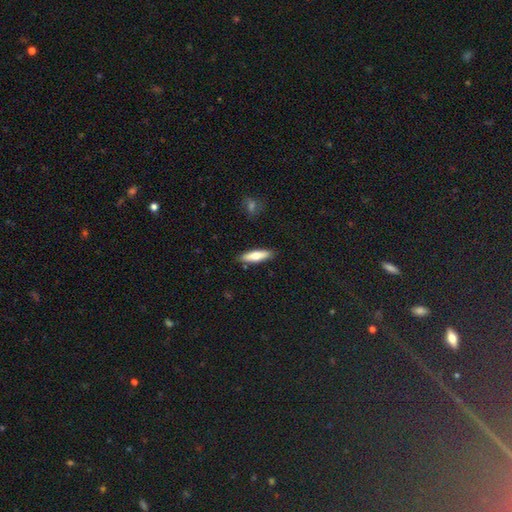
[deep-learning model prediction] Overall: smooth (67%; featured or disk 27%). How rounded: cigar-shaped (60%; in between 38%). Merging: none (88%).